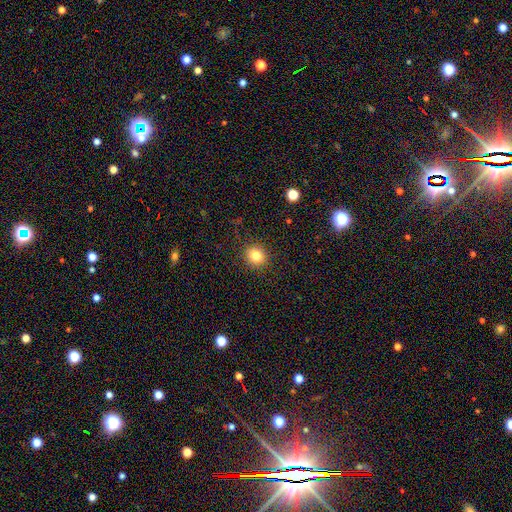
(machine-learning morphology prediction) The model was most divided on "how rounded": round: 84%, in between: 15%, cigar-shaped: 1%. More confident: merging — none (90%); smooth or featured — smooth (82%).